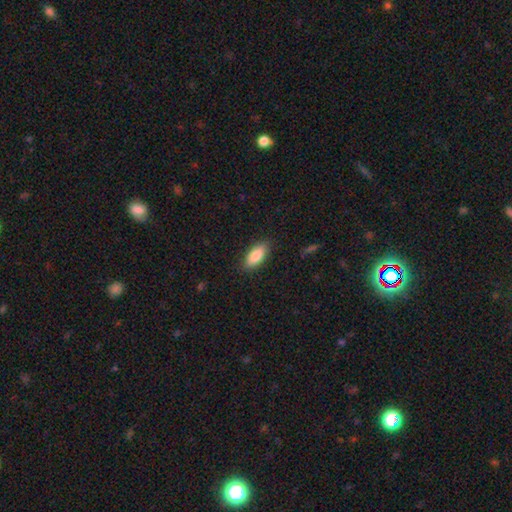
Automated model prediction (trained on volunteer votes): This appears to be a smooth galaxy with no disk features (85%) that is in between round and cigar-shaped (82%). Merging: none (86%).